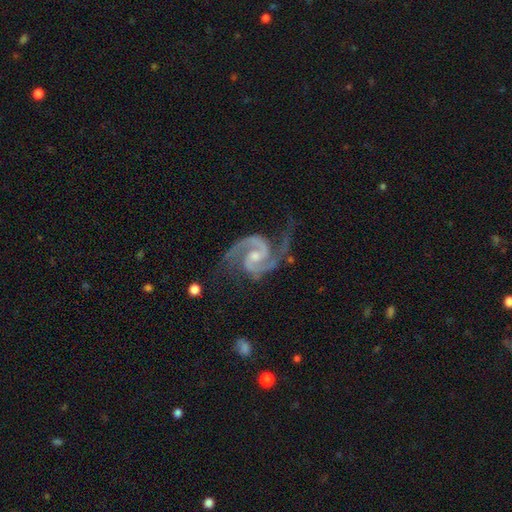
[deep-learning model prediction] smooth_or_featured: featured or disk (p=0.94) [alt: star or artifact p=0.04]
disk_edge_on: no (p=0.98) [alt: yes p=0.02]
bar: weak (p=0.45) [alt: no p=0.43]
has_spiral_arms: yes (p=0.99) [alt: no p=0.01]
spiral_winding: medium (p=0.62) [alt: tight p=0.26]
spiral_arm_count: 2 (p=0.92) [alt: 3 p=0.03]
bulge_size: moderate (p=0.48) [alt: small p=0.42]
merging: none (p=0.64) [alt: minor disturbance p=0.22]